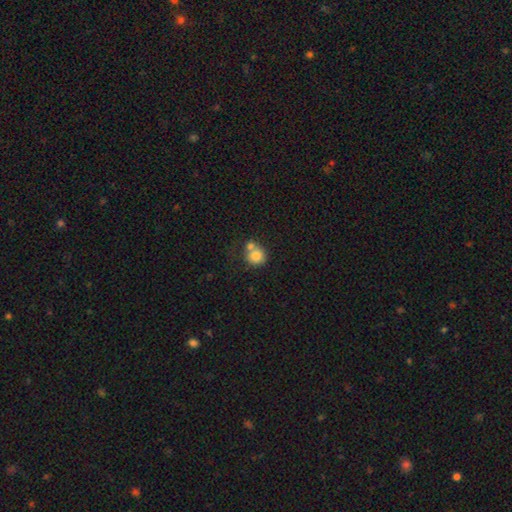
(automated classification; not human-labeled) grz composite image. It shows a smooth galaxy with no disk features (80%) that is round (84%). Merging: none (42%, tied with merger).